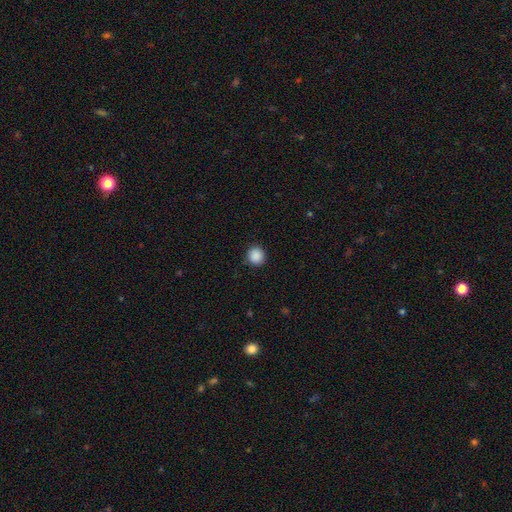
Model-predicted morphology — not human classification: Overall: smooth (89%). How rounded: round (92%). Merging: none (90%).